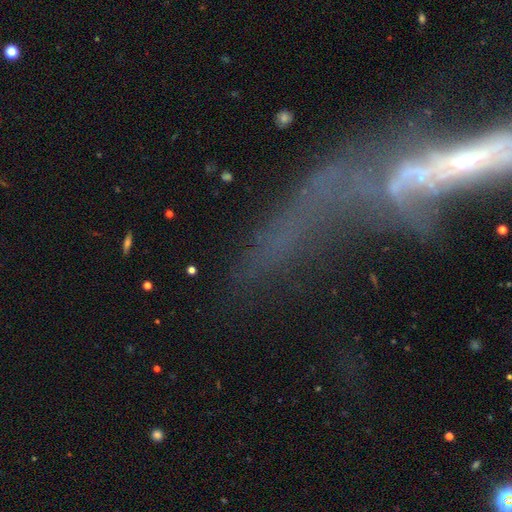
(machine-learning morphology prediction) Smooth or featured: featured or disk — 57% (smooth — 23%)
Edge-on disk: no — 67% (yes — 33%)
Merging: major disturbance — 38% (merger — 31%)